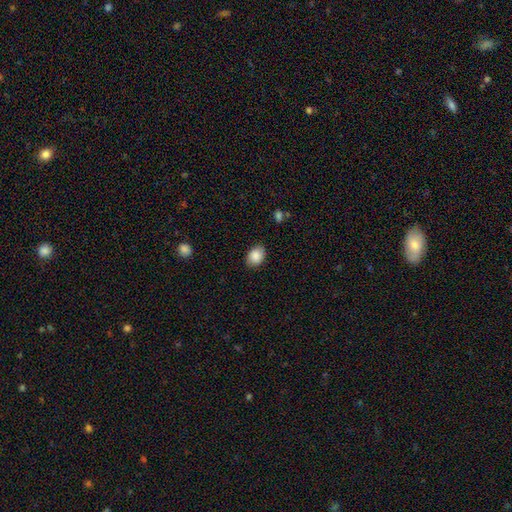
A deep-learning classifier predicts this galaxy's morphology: Smooth or featured? smooth (86%)
How rounded? in between (73%)
Merging? none (81%)